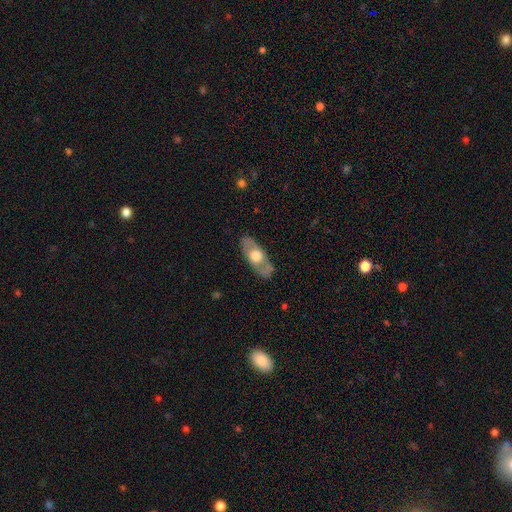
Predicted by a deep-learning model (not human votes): Smooth or featured? Predicted: featured or disk (p=0.51). Edge-on disk? Predicted: no (p=0.68). Merging? Predicted: none (p=0.82).